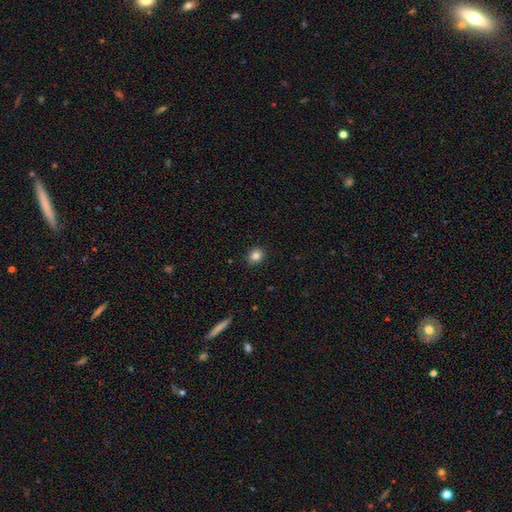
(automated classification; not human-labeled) Smooth or featured? Predicted: smooth (p=0.84). How rounded? Predicted: round (p=0.72). Merging? Predicted: none (p=0.90).